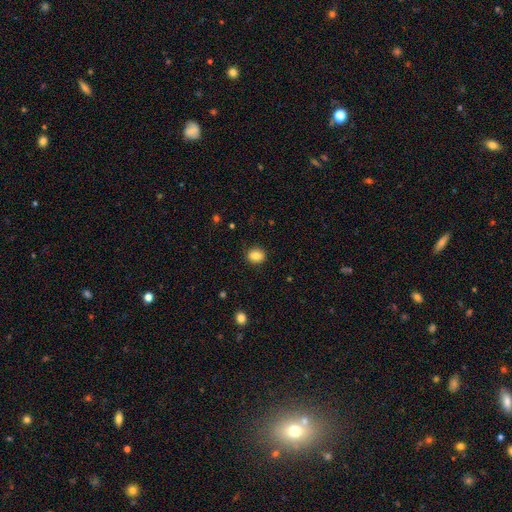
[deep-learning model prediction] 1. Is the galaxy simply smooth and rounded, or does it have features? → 85% smooth, 9% star or artifact, 6% featured or disk.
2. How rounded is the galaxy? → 61% round, 38% in between, 1% cigar-shaped.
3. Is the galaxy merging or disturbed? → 89% none, 8% minor disturbance, 2% major disturbance, 1% merger.